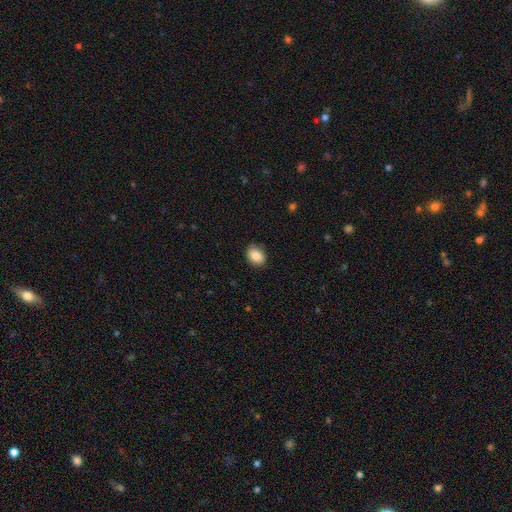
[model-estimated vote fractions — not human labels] This is clearly a smooth galaxy (86%). How rounded: likely in between (68%). Merging: clearly none (84%).